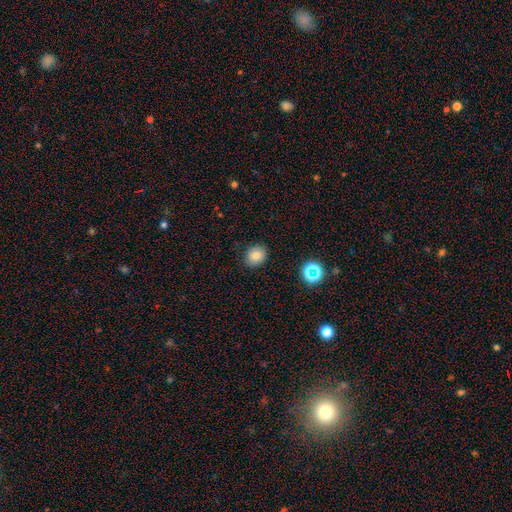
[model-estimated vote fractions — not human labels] smooth 78%, star or artifact 13%, featured or disk 9%. Down the decision tree: how rounded — round (66%); merging — none (88%).